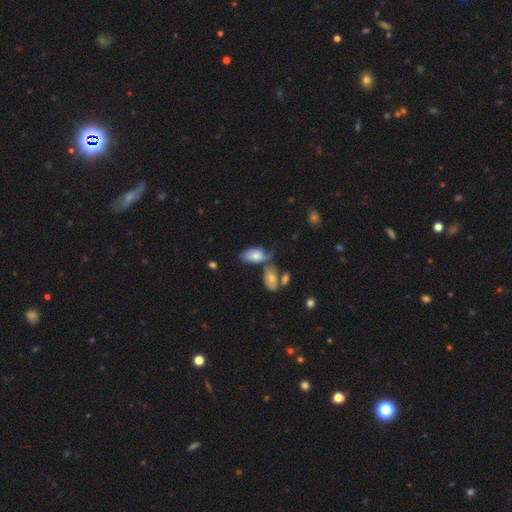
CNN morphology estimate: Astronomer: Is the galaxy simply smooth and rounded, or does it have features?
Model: smooth — 69%.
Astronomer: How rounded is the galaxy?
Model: in between — 93%.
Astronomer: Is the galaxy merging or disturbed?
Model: none — 31% (runner-up: merger, 28%).